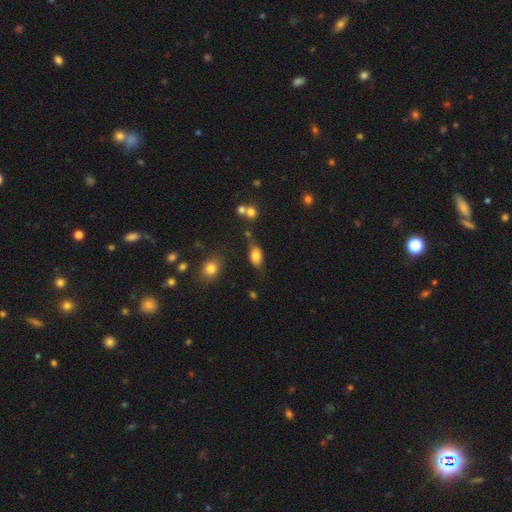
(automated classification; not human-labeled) Q: Smooth or featured?
A: smooth (77%); runner-up: featured or disk (14%)
Q: How rounded?
A: in between (86%); runner-up: round (11%)
Q: Merging?
A: none (59%); runner-up: minor disturbance (26%)